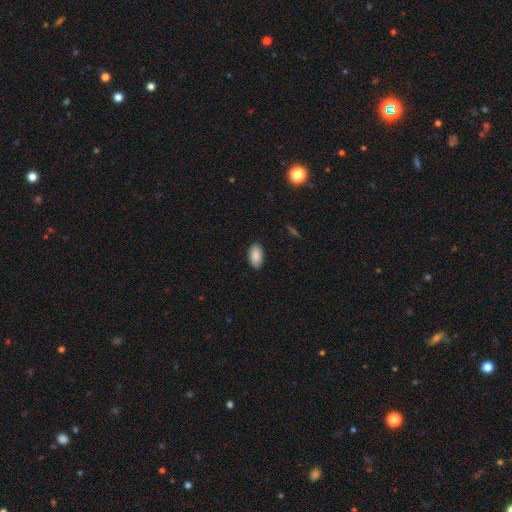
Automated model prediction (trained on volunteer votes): Overall: smooth (89%). How rounded: in between (95%). Merging: none (88%).